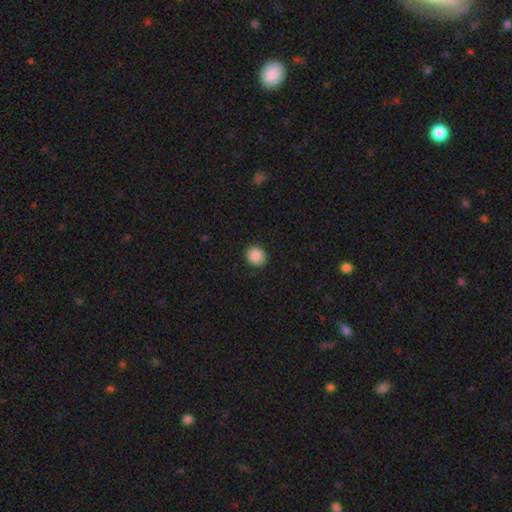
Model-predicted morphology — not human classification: Smooth or featured?
  - smooth: 88% *
  - star or artifact: 8%
  - featured or disk: 3%
How rounded?
  - round: 82% *
  - in between: 17%
  - cigar-shaped: 1%
Merging?
  - none: 91% *
  - minor disturbance: 6%
  - major disturbance: 2%
  - merger: 1%